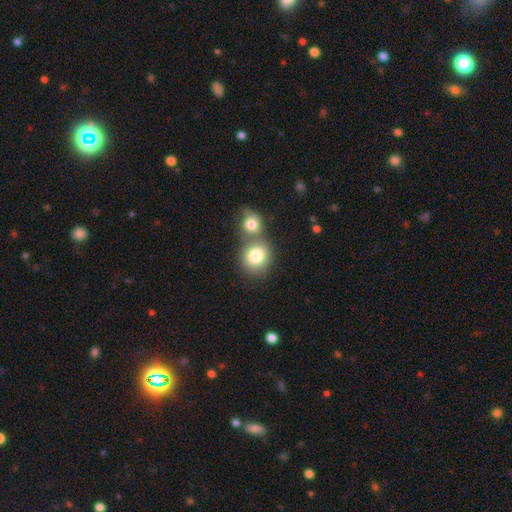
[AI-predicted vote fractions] smooth 81%, featured or disk 11%, star or artifact 8%. Down the decision tree: how rounded — round (80%); merging — merger (50%).